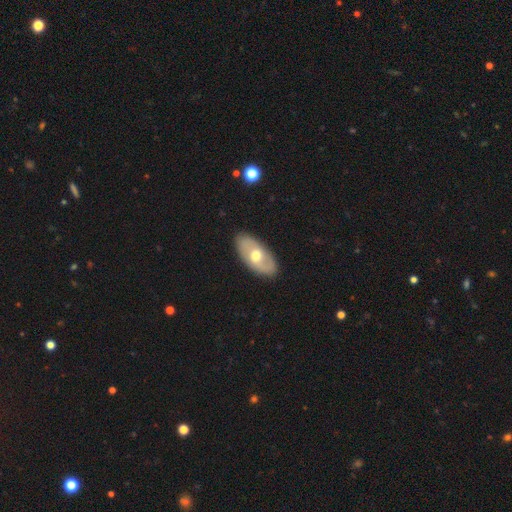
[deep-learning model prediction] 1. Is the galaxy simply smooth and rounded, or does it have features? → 50% featured or disk, 45% smooth, 5% star or artifact.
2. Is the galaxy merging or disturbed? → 87% none, 10% minor disturbance, 2% major disturbance, 1% merger.